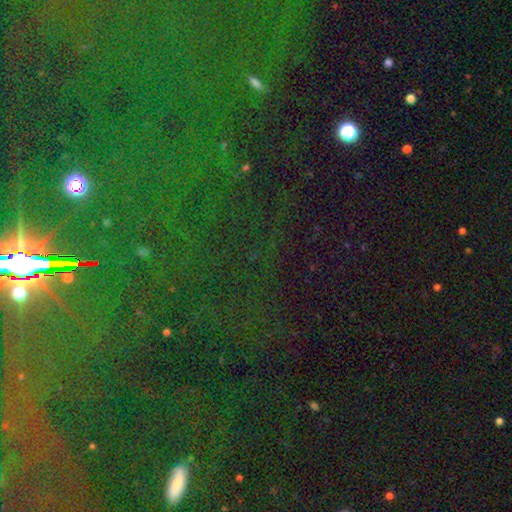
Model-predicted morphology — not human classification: Smooth or featured?
  - star or artifact: 82% *
  - smooth: 10%
  - featured or disk: 8%